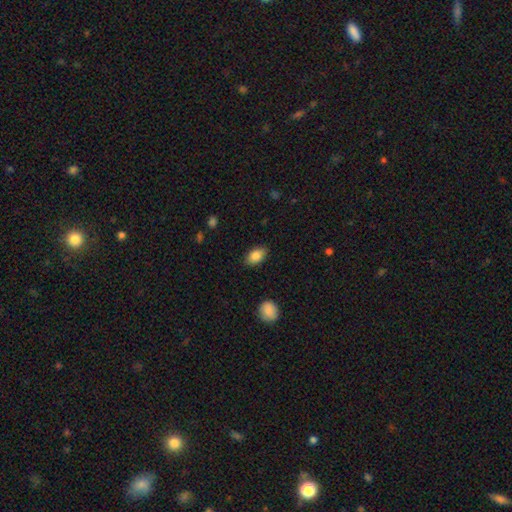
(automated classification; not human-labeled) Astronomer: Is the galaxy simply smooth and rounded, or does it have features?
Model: smooth — 85%.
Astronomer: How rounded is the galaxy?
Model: in between — 88%.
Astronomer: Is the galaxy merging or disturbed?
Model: none — 87%.